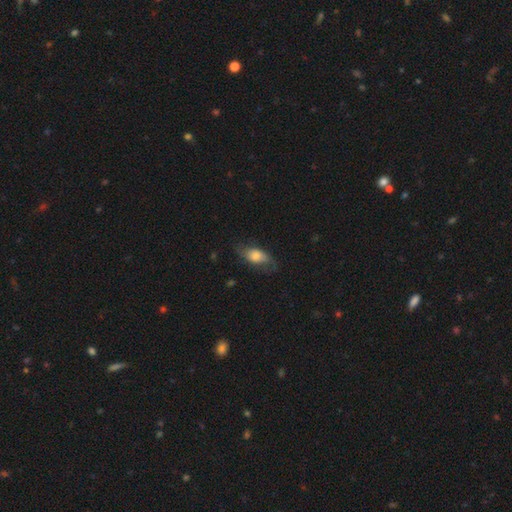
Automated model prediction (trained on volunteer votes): This is likely a smooth galaxy (64%). How rounded: clearly in between (83%). Merging: likely none (63%).